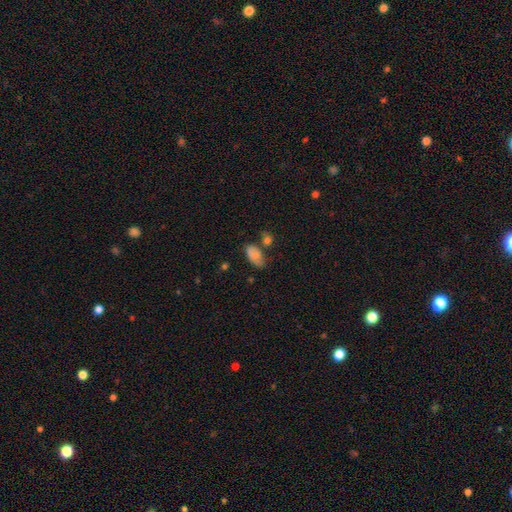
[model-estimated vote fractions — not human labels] smooth 79%, featured or disk 11%, star or artifact 10%. Down the decision tree: how rounded — in between (91%); merging — none (50%).